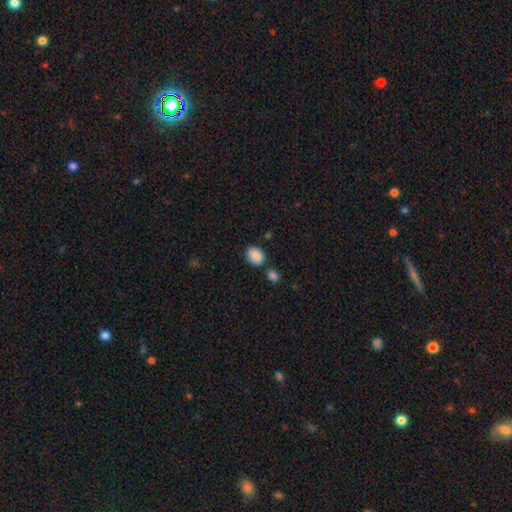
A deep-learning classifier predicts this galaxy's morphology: A smooth galaxy with no disk features (87%) that is in between round and cigar-shaped (64%).

Vote fractions:
- Smooth or featured? smooth: 87% / star or artifact: 8% / featured or disk: 5%
- How rounded? in between: 64% / round: 35% / cigar-shaped: 1%
- Merging? none: 70% / minor disturbance: 15% / merger: 12% / major disturbance: 3%